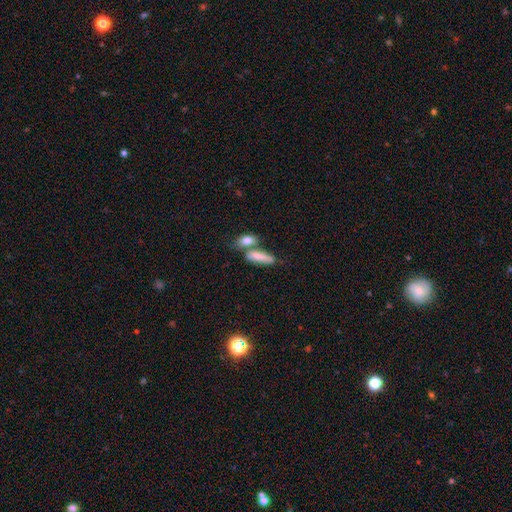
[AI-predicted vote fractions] Q: Smooth or featured?
A: smooth (74%); runner-up: featured or disk (16%)
Q: How rounded?
A: in between (51%); runner-up: cigar-shaped (44%)
Q: Merging?
A: none (42%); runner-up: merger (39%)